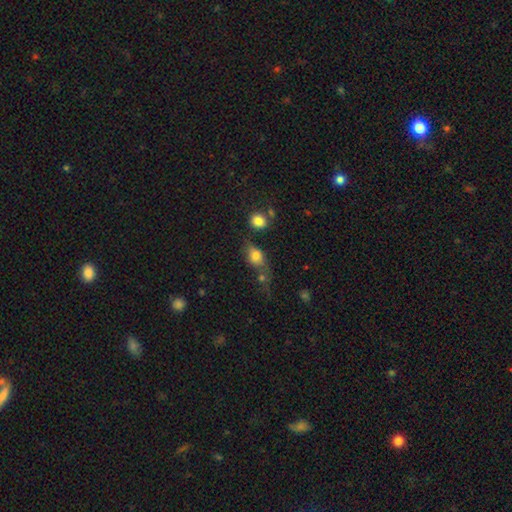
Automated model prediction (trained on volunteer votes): smooth-or-featured: smooth: 75% | featured or disk: 14% | star or artifact: 11%
  how-rounded: in between: 68% | round: 28% | cigar-shaped: 5%
  merging: none: 42% | merger: 22% | minor disturbance: 20% | major disturbance: 16%